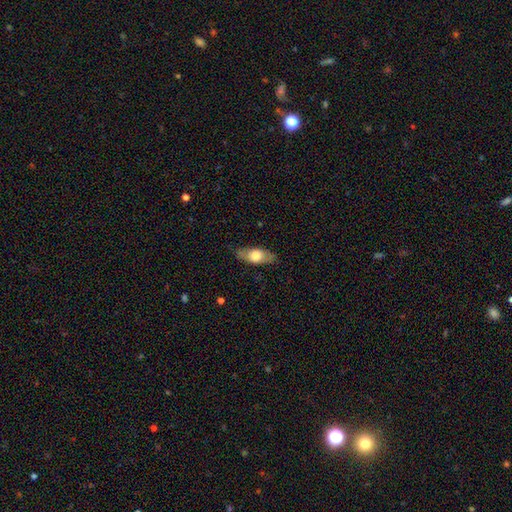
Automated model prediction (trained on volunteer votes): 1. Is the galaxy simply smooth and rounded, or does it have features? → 63% smooth, 31% featured or disk, 6% star or artifact.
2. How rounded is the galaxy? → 78% in between, 18% cigar-shaped, 4% round.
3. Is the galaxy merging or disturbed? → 78% none, 16% minor disturbance, 5% major disturbance, 1% merger.